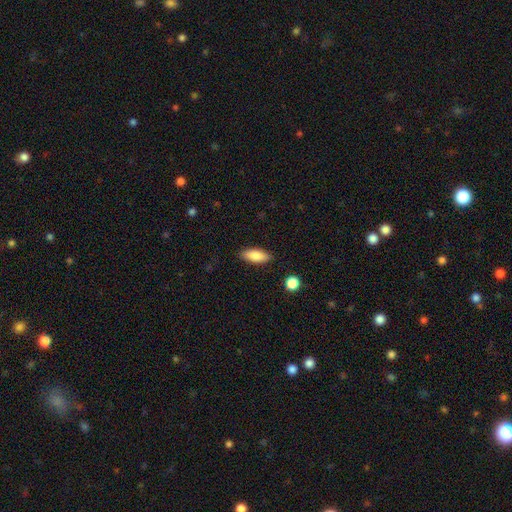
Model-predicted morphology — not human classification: Q: Smooth or featured?
A: smooth (85%); runner-up: featured or disk (9%)
Q: How rounded?
A: in between (76%); runner-up: cigar-shaped (22%)
Q: Merging?
A: none (87%); runner-up: minor disturbance (10%)